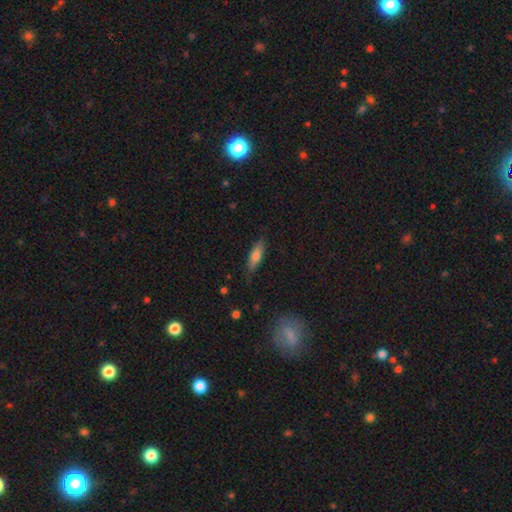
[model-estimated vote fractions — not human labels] smooth_or_featured: smooth (p=0.70) [alt: featured or disk p=0.23]
how_rounded: cigar-shaped (p=0.55) [alt: in between p=0.43]
merging: none (p=0.77) [alt: minor disturbance p=0.18]